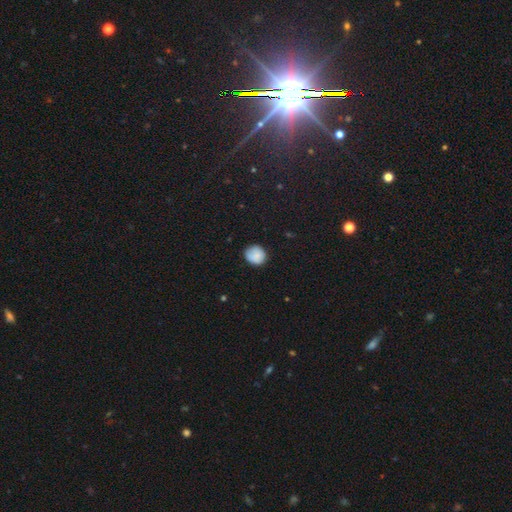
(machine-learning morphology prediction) Smooth or featured?
  - smooth: 84% *
  - star or artifact: 8%
  - featured or disk: 8%
How rounded?
  - round: 84% *
  - in between: 15%
  - cigar-shaped: 1%
Merging?
  - none: 77% *
  - minor disturbance: 19%
  - major disturbance: 4%
  - merger: 1%